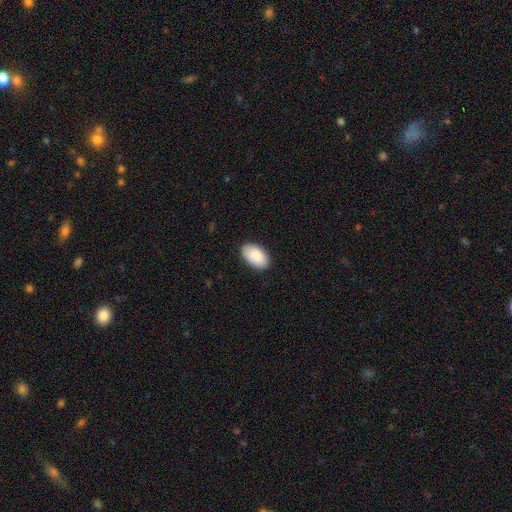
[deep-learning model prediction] A smooth galaxy with no disk features (89%) that is in between round and cigar-shaped (95%). Merging: none (87%).